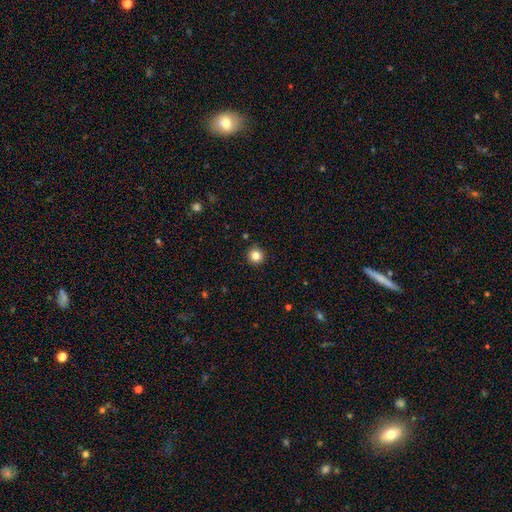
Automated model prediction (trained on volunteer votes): A smooth galaxy with no disk features (84%) that is round (95%). Merging: none (91%).